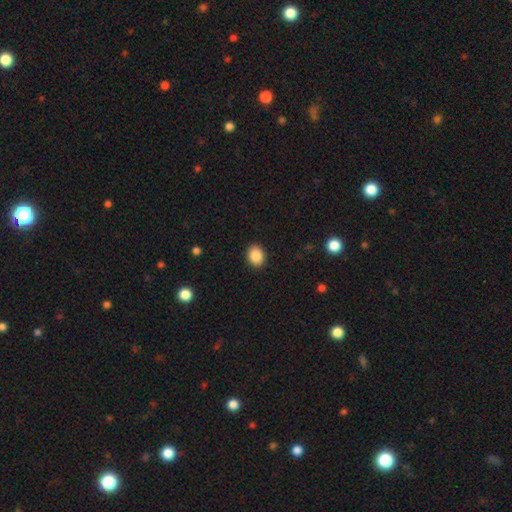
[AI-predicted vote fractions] Morphology: type=smooth (88%); roundness=in between (55%); merging=none (91%).